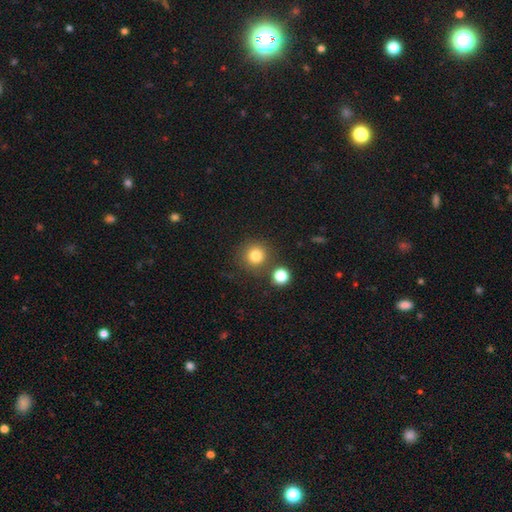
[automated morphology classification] Overall: smooth (80%). How rounded: round (93%). Merging: none (78%).